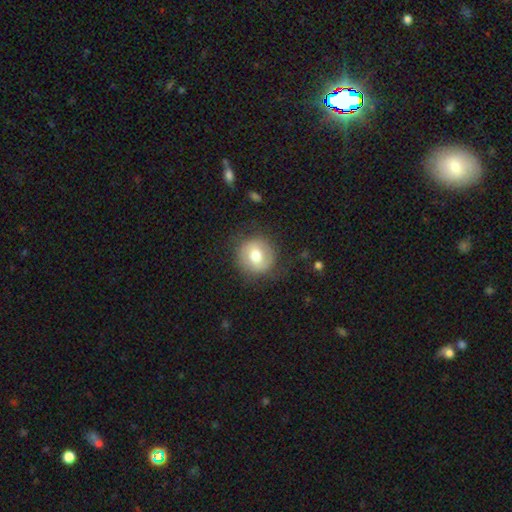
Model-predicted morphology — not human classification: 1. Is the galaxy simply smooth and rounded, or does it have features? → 64% smooth, 29% featured or disk, 7% star or artifact.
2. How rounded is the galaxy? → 90% round, 9% in between, 1% cigar-shaped.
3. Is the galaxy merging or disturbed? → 78% none, 14% minor disturbance, 6% major disturbance, 1% merger.